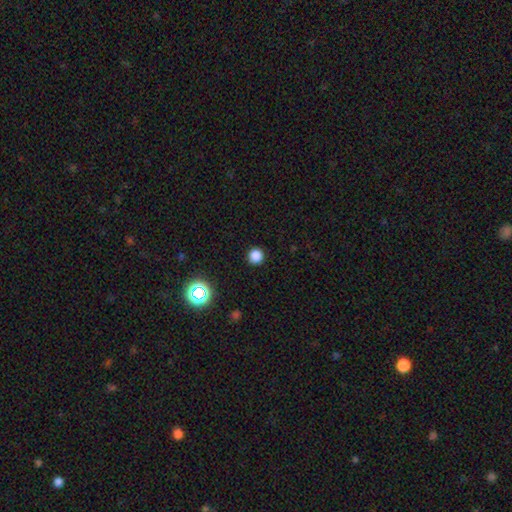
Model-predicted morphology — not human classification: A smooth galaxy with no disk features (82%) that is round (95%).

Vote fractions:
- Smooth or featured? smooth: 82% / star or artifact: 15% / featured or disk: 3%
- How rounded? round: 95% / in between: 4% / cigar-shaped: 1%
- Merging? none: 92% / minor disturbance: 5% / major disturbance: 2% / merger: 1%